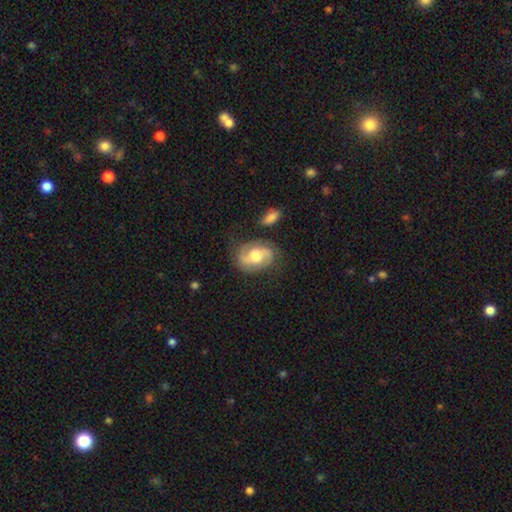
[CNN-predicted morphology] A featured or disk galaxy (75%) with no bar (46%), 2 (86%) medium (51%) spiral arms (93%) and a moderate central bulge (64%).

Vote fractions:
- Smooth or featured? featured or disk: 75% / smooth: 18% / star or artifact: 6%
- Edge-on disk? no: 97% / yes: 3%
- Bar? no: 46% / weak: 41% / strong: 13%
- Spiral arms? yes: 93% / no: 7%
- Spiral winding? medium: 51% / tight: 26% / loose: 23%
- Spiral arm count? 2: 86% / can't tell: 6% / 3: 3% / 1: 2% / 4: 1% / more than 4: 1%
- Bulge size? moderate: 64% / large: 22% / small: 10% / none: 2% / dominant: 2%
- Merging? none: 73% / minor disturbance: 17% / major disturbance: 6% / merger: 4%